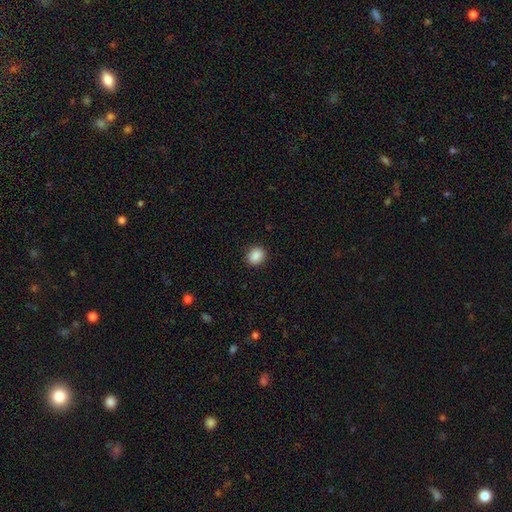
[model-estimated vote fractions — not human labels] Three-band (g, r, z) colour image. It shows a smooth galaxy with no disk features (88%) that is round (76%). Merging: none (91%).